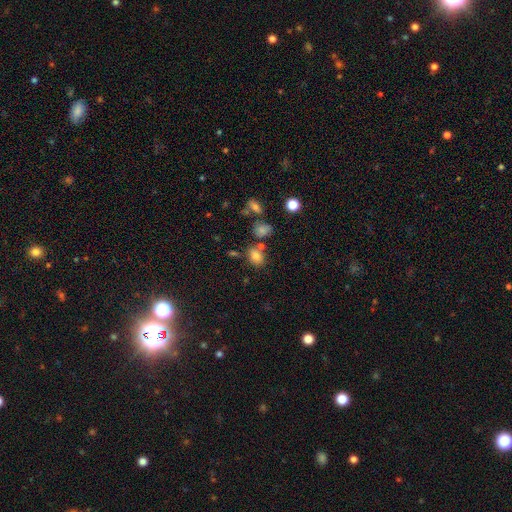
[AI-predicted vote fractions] Smooth or featured: smooth — 79% (star or artifact — 13%)
How rounded: in between — 69% (round — 30%)
Merging: none — 66% (merger — 15%)